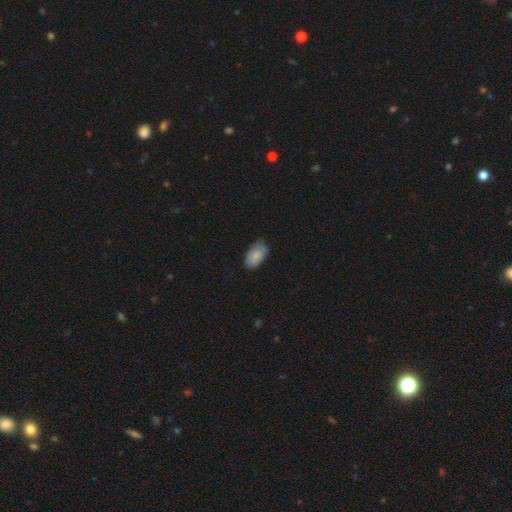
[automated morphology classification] Smooth or featured? Predicted: smooth (p=0.82). How rounded? Predicted: in between (p=0.94). Merging? Predicted: none (p=0.71).